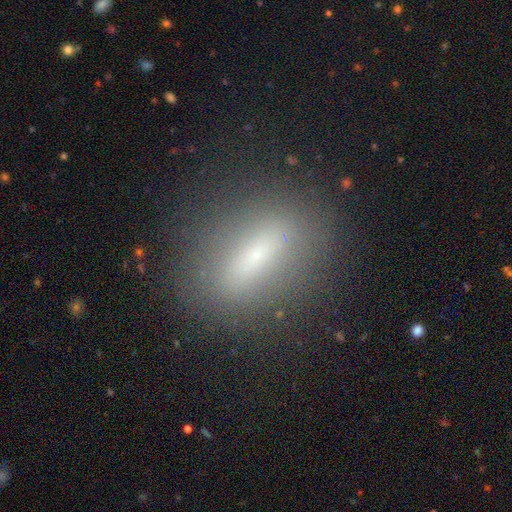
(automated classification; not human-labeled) Smooth or featured: smooth — 50% (featured or disk — 36%)
Merging: none — 84% (minor disturbance — 10%)